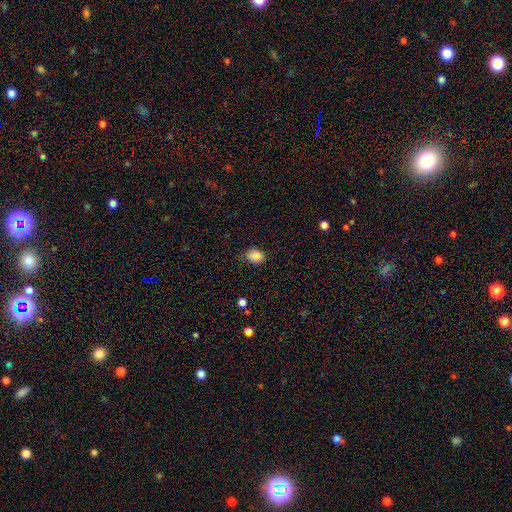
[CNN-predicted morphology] type=smooth (84%); roundness=in between (62%); merging=none (75%).